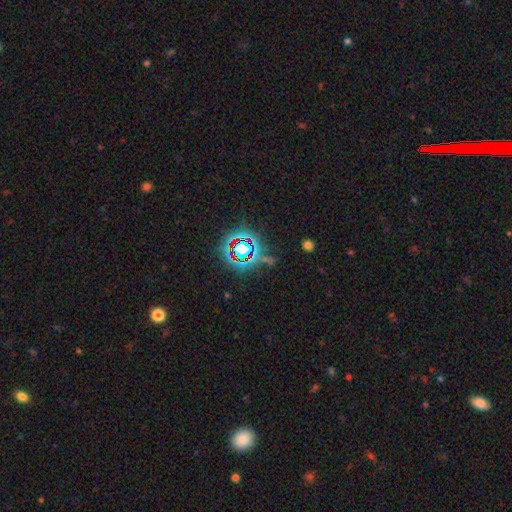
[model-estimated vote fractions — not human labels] smooth-or-featured: star or artifact: 74% | smooth: 13% | featured or disk: 13%